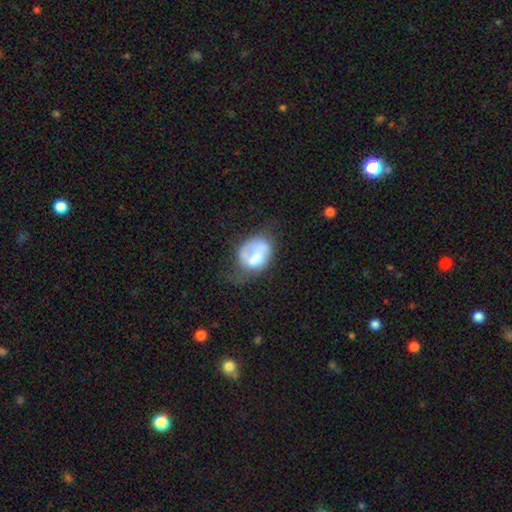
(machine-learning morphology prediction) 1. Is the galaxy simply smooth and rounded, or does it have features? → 58% smooth, 34% featured or disk, 8% star or artifact.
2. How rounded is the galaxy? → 65% in between, 34% round, 1% cigar-shaped.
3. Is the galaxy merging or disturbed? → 34% major disturbance, 28% minor disturbance, 26% none, 11% merger.